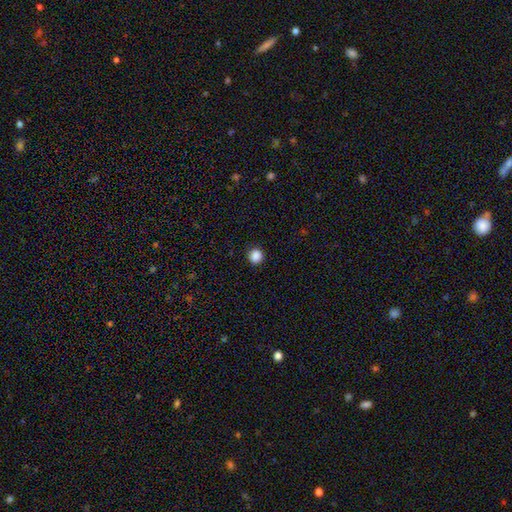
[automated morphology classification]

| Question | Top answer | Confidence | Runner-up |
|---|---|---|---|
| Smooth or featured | smooth | 87% | star or artifact (10%) |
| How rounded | round | 92% | in between (7%) |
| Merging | none | 92% | minor disturbance (5%) |